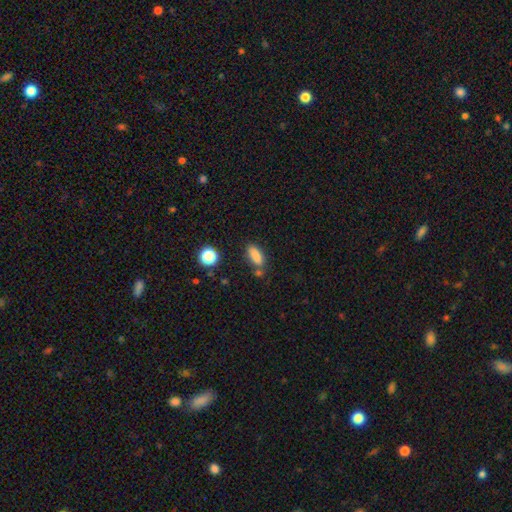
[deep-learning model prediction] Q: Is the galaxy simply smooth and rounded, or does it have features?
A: smooth — 84%.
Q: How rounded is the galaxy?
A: in between — 72%.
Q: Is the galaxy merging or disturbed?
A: none — 68%.